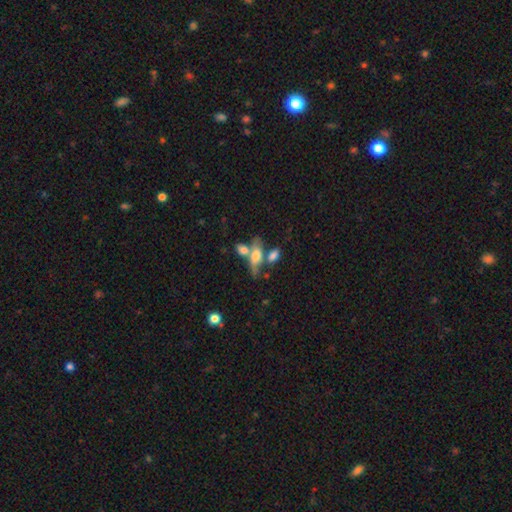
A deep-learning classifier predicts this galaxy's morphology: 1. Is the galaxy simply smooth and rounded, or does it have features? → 56% smooth, 33% featured or disk, 11% star or artifact.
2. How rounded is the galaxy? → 70% in between, 20% cigar-shaped, 10% round.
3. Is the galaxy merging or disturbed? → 44% merger, 32% none, 14% minor disturbance, 10% major disturbance.